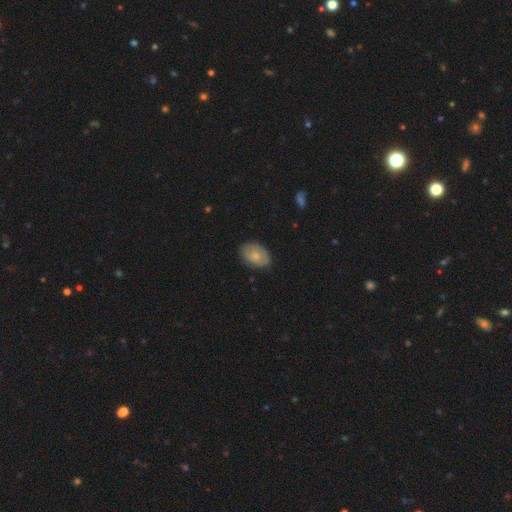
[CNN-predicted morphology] The model was most divided on "smooth or featured": smooth: 67%, featured or disk: 27%, star or artifact: 6%. More confident: how rounded — in between (86%); merging — none (79%).